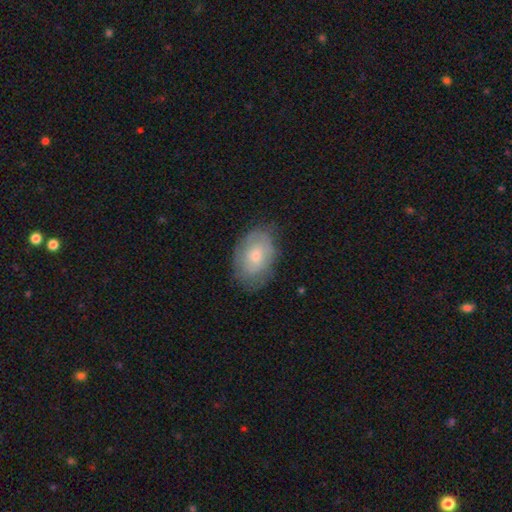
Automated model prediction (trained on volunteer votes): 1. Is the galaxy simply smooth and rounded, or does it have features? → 53% smooth, 40% featured or disk, 7% star or artifact.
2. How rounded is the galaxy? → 85% in between, 13% round, 1% cigar-shaped.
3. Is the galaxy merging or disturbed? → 75% none, 19% minor disturbance, 5% major disturbance, 1% merger.